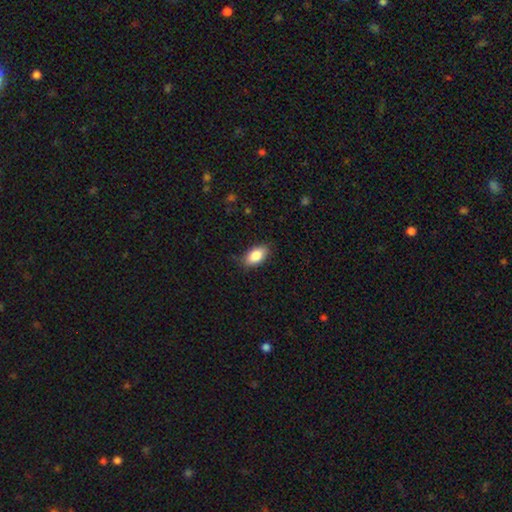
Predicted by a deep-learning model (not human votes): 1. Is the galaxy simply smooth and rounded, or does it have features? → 86% smooth, 7% featured or disk, 7% star or artifact.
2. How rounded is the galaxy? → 92% in between, 5% round, 4% cigar-shaped.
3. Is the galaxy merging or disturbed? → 82% none, 14% minor disturbance, 3% major disturbance, 1% merger.